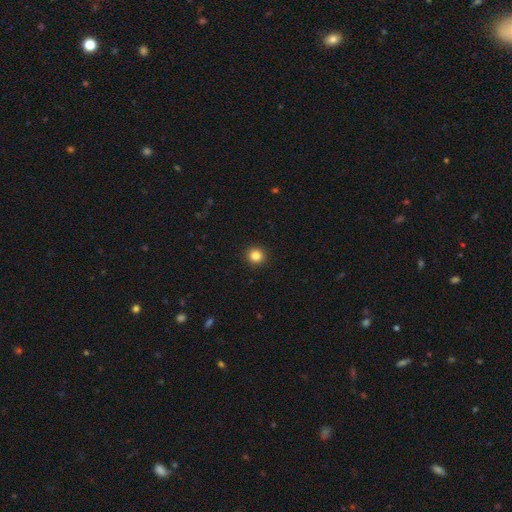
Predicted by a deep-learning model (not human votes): A smooth galaxy with no disk features (85%) that is round (94%).

Vote fractions:
- Smooth or featured? smooth: 85% / star or artifact: 11% / featured or disk: 4%
- How rounded? round: 94% / in between: 5% / cigar-shaped: 1%
- Merging? none: 94% / minor disturbance: 4% / major disturbance: 2% / merger: 1%